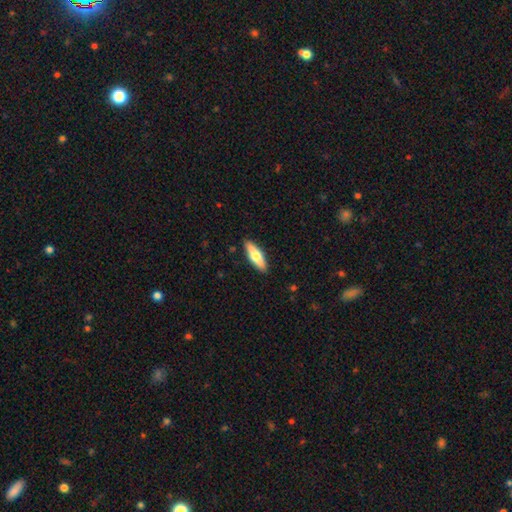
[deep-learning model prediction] This is likely a smooth galaxy (61%). How rounded: possibly cigar-shaped (54%). Merging: clearly none (90%).